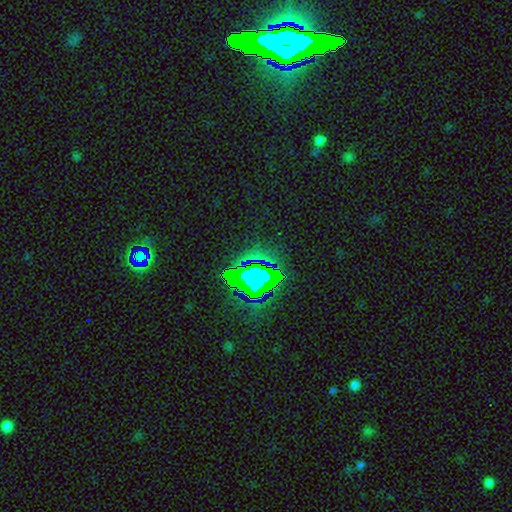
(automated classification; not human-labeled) A star or artifact, not a galaxy (82%).